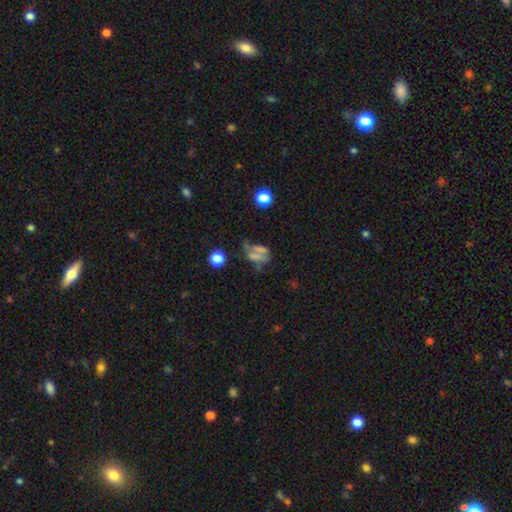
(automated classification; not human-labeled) This appears to be a smooth galaxy with no disk features (46%). Merging: none (31%).